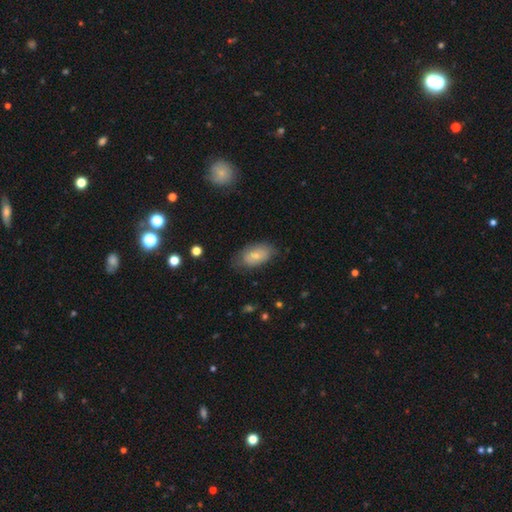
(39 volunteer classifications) Smooth or featured? smooth (62%)
How rounded? in between (92%)
Merging? none (73%)